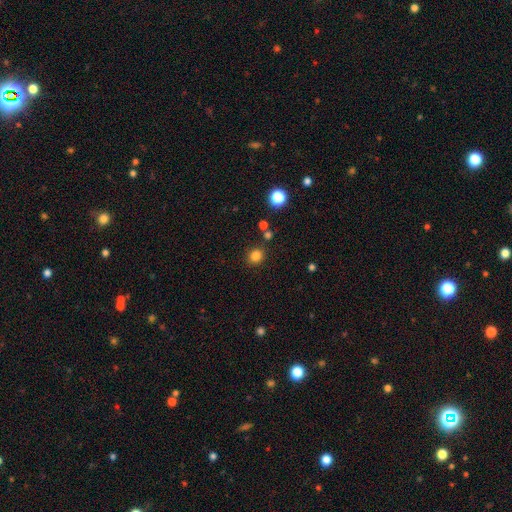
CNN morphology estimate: This appears to be a smooth galaxy with no disk features (82%) that is round (81%). Merging: none (85%).